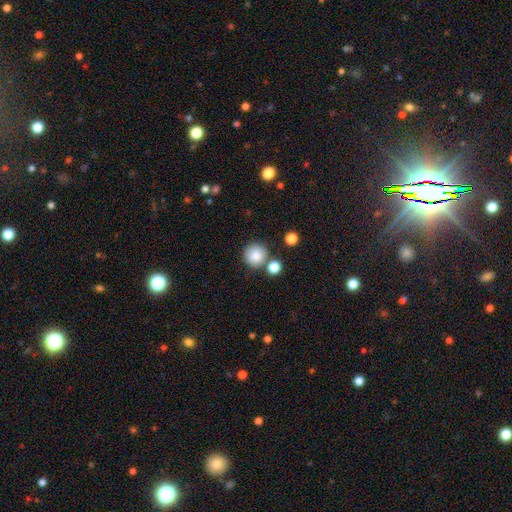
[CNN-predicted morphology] smooth 85%, star or artifact 9%, featured or disk 5%. Down the decision tree: how rounded — round (93%); merging — none (76%).